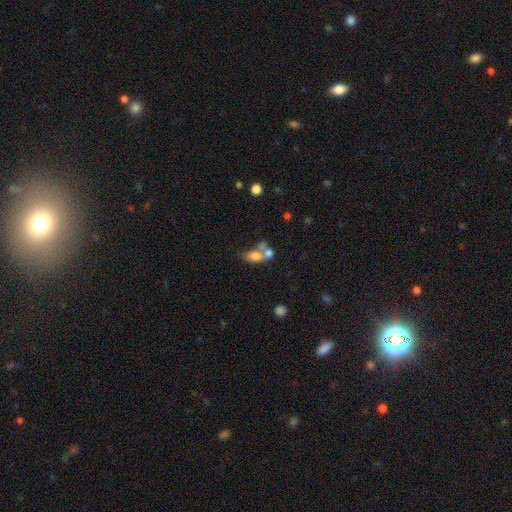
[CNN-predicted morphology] This appears to be a smooth galaxy with no disk features (69%) that is in between round and cigar-shaped (78%). Merging: merger (56%).